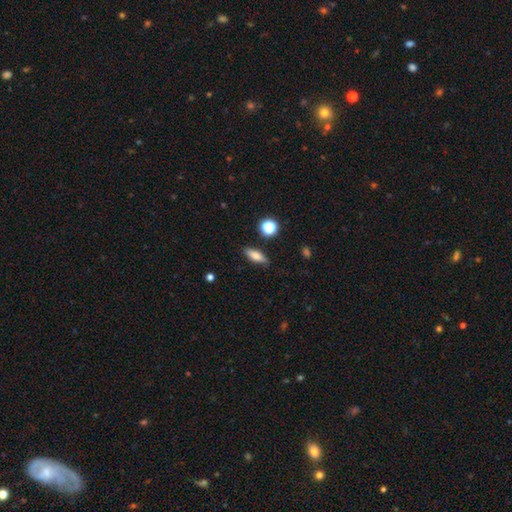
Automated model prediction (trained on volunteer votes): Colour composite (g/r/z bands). It shows a smooth galaxy with no disk features (71%) that is in between round and cigar-shaped (57%). Merging: none (84%).